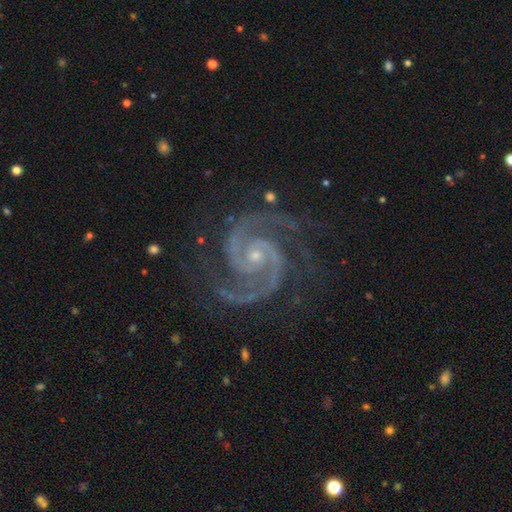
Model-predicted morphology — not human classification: Smooth or featured: featured or disk — 94% (star or artifact — 4%)
Edge-on disk: no — 98% (yes — 2%)
Bar: no — 66% (weak — 25%)
Spiral arms: yes — 99% (no — 1%)
Spiral winding: tight — 52% (medium — 44%)
Spiral arm count: 2 — 87% (3 — 6%)
Bulge size: small — 74% (moderate — 22%)
Merging: none — 77% (minor disturbance — 16%)